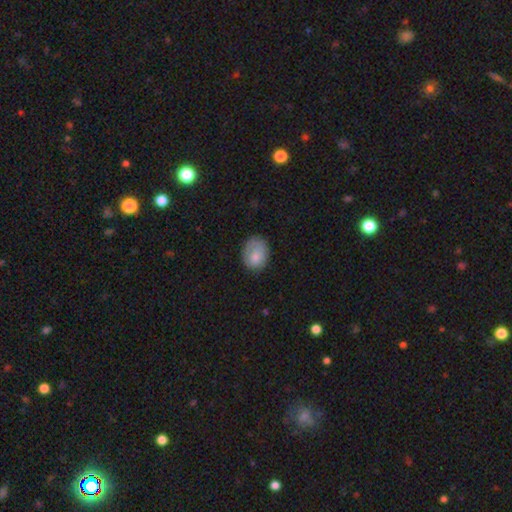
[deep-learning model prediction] smooth_or_featured: smooth (p=0.79) [alt: featured or disk p=0.14]
how_rounded: in between (p=0.61) [alt: round p=0.38]
merging: none (p=0.63) [alt: minor disturbance p=0.26]